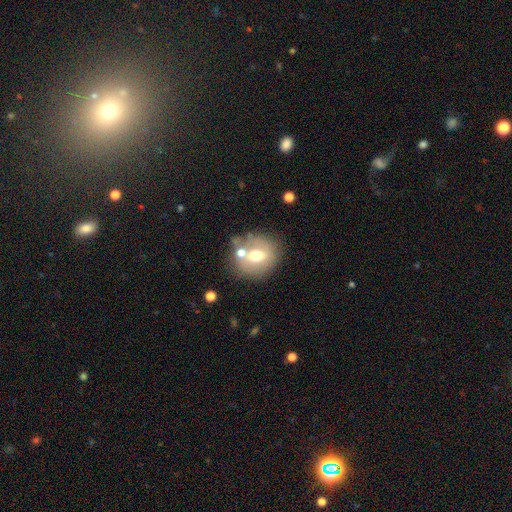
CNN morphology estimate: A smooth galaxy with no disk features (54%) that is round (70%).

Vote fractions:
- Smooth or featured? smooth: 54% / featured or disk: 37% / star or artifact: 10%
- How rounded? round: 70% / in between: 29% / cigar-shaped: 1%
- Merging? none: 63% / merger: 16% / minor disturbance: 15% / major disturbance: 6%